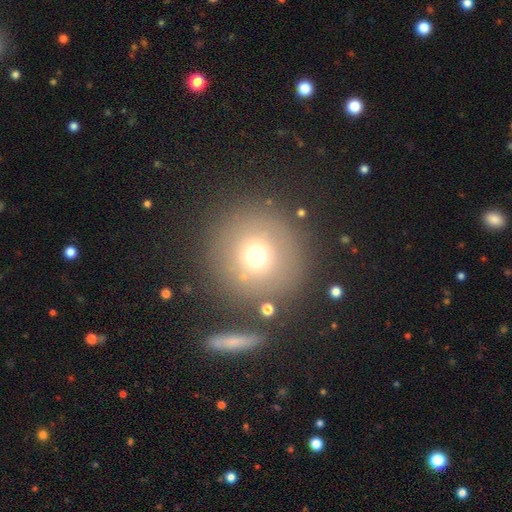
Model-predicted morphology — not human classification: Smooth or featured: smooth — 68% (star or artifact — 17%)
How rounded: round — 95% (in between — 4%)
Merging: none — 81% (minor disturbance — 8%)